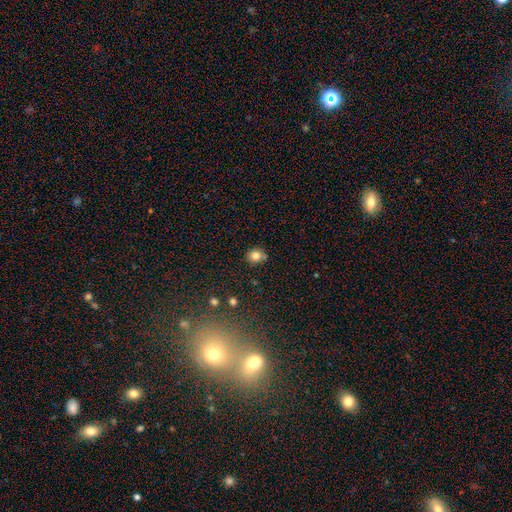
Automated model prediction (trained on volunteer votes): Smooth or featured? smooth (80%)
How rounded? round (70%)
Merging? none (76%)